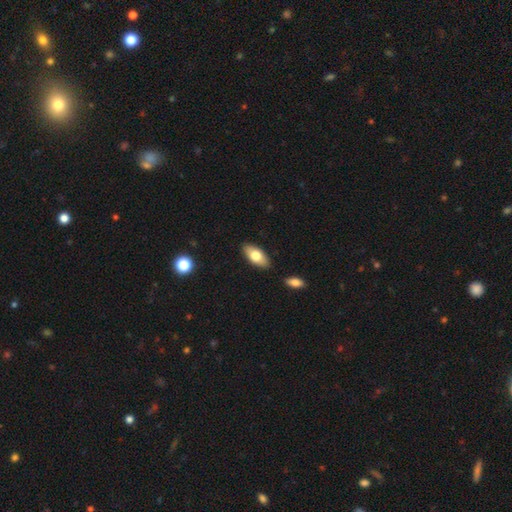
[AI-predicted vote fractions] The model was most divided on "smooth or featured": smooth: 72%, featured or disk: 22%, star or artifact: 6%. More confident: how rounded — in between (88%); merging — none (86%).